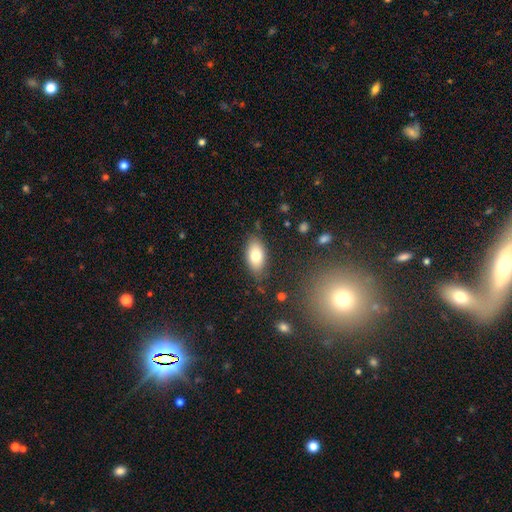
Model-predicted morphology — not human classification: A smooth galaxy with no disk features (80%) that is in between round and cigar-shaped (92%). Merging: none (81%).